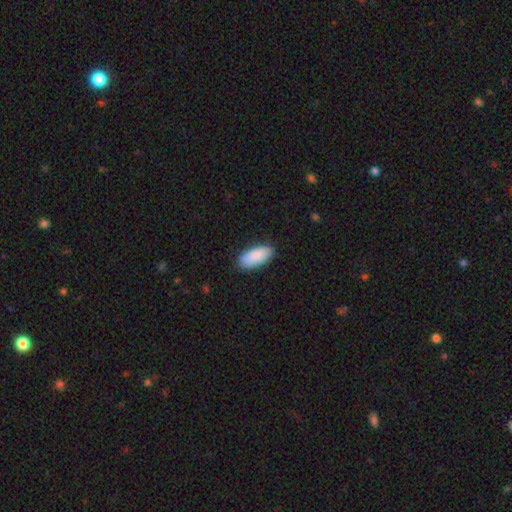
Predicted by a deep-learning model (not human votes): Q: Smooth or featured?
A: smooth (87%); runner-up: featured or disk (8%)
Q: How rounded?
A: in between (86%); runner-up: cigar-shaped (12%)
Q: Merging?
A: none (85%); runner-up: minor disturbance (12%)